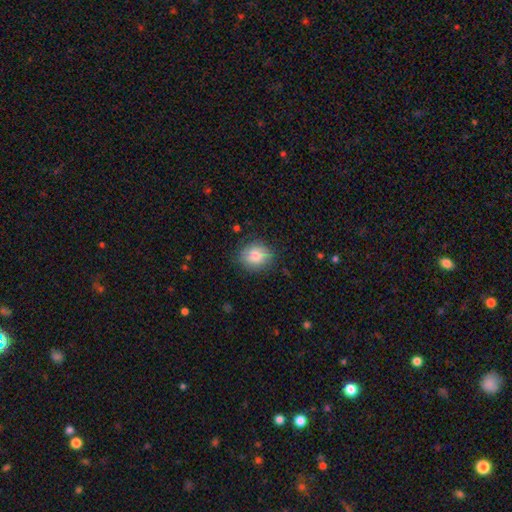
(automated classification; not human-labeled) smooth-or-featured: smooth: 85% | featured or disk: 8% | star or artifact: 7%
  how-rounded: round: 62% | in between: 37% | cigar-shaped: 1%
  merging: none: 80% | minor disturbance: 15% | major disturbance: 4% | merger: 1%